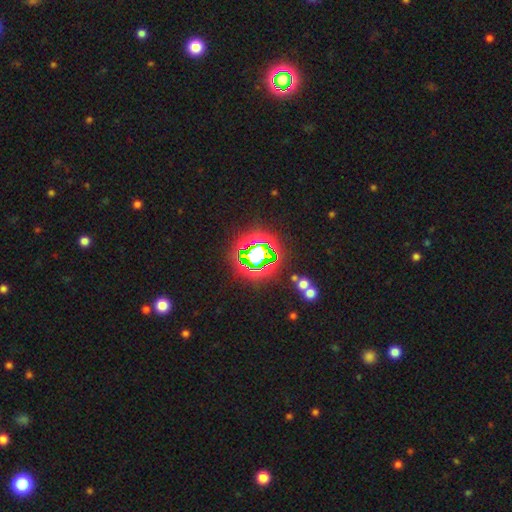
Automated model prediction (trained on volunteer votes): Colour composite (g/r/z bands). It shows a star or artifact, not a galaxy (70%).